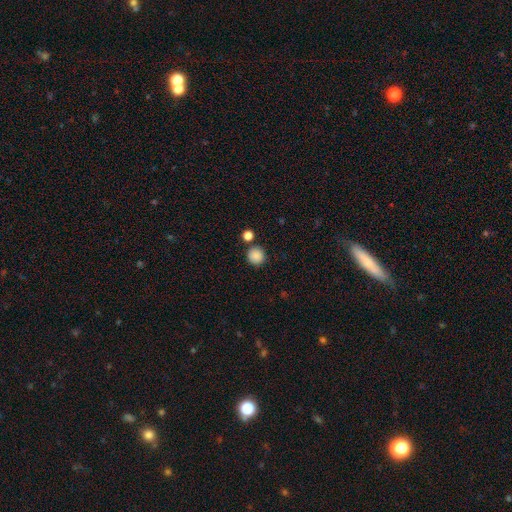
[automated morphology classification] Smooth or featured? smooth (87%)
How rounded? round (94%)
Merging? none (83%)